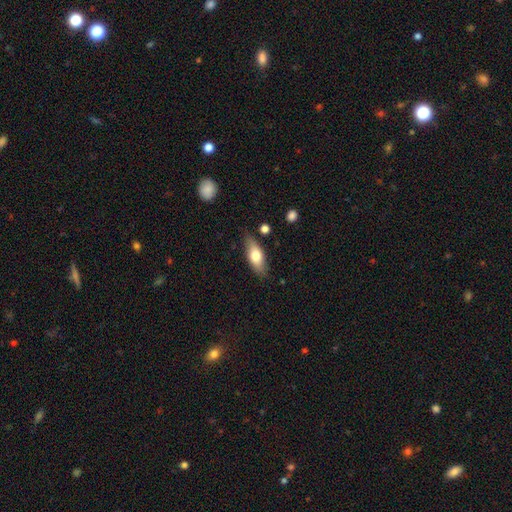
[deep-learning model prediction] Morphology: type=smooth (67%); roundness=in between (75%); merging=none (79%).